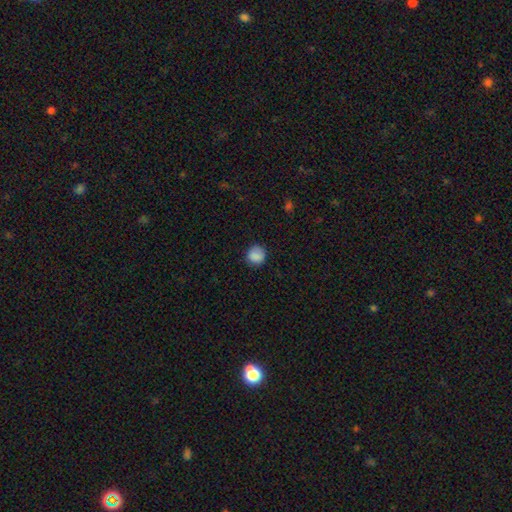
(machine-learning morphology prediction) Smooth or featured? Predicted: smooth (p=0.87). How rounded? Predicted: round (p=0.89). Merging? Predicted: none (p=0.83).